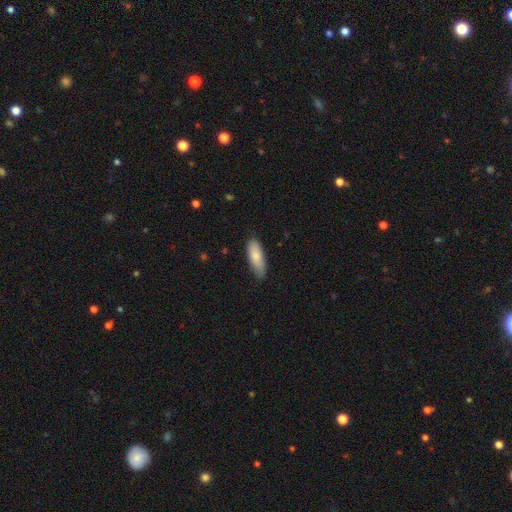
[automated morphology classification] Smooth or featured?
  - smooth: 81% *
  - featured or disk: 13%
  - star or artifact: 6%
How rounded?
  - in between: 66% *
  - cigar-shaped: 32%
  - round: 2%
Merging?
  - none: 76% *
  - minor disturbance: 20%
  - major disturbance: 3%
  - merger: 1%